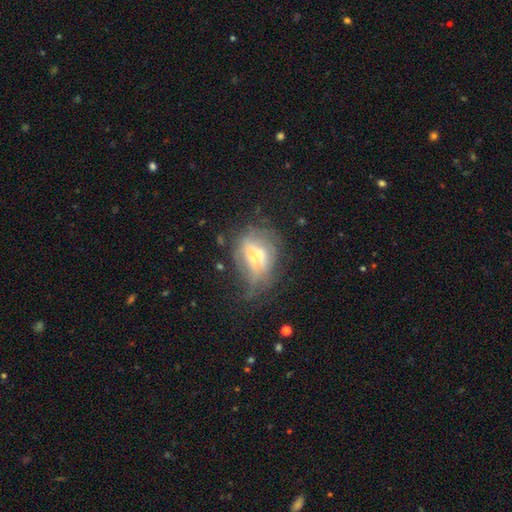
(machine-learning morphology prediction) Smooth or featured: featured or disk — 48% (smooth — 38%)
Merging: none — 32% (tied with major disturbance — 32%)